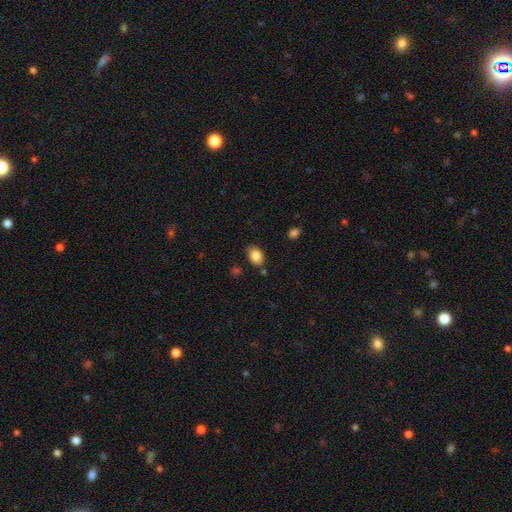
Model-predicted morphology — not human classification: smooth-or-featured: smooth: 86% | star or artifact: 8% | featured or disk: 5%
  how-rounded: in between: 73% | round: 26% | cigar-shaped: 1%
  merging: none: 80% | minor disturbance: 14% | merger: 4% | major disturbance: 3%